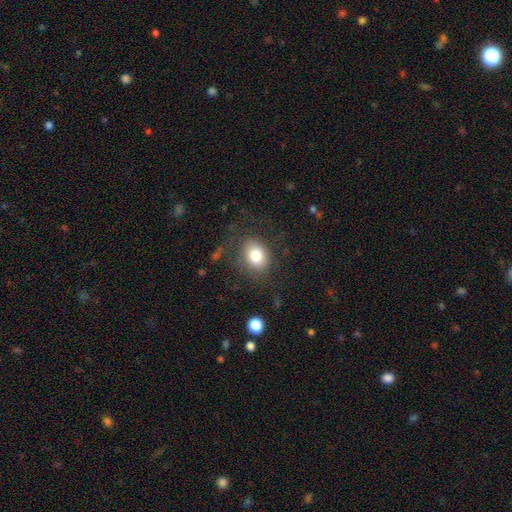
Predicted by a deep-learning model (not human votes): Smooth or featured?
  - smooth: 80% *
  - featured or disk: 11%
  - star or artifact: 10%
How rounded?
  - in between: 56% *
  - round: 44%
  - cigar-shaped: 1%
Merging?
  - none: 75% *
  - minor disturbance: 15%
  - major disturbance: 9%
  - merger: 2%